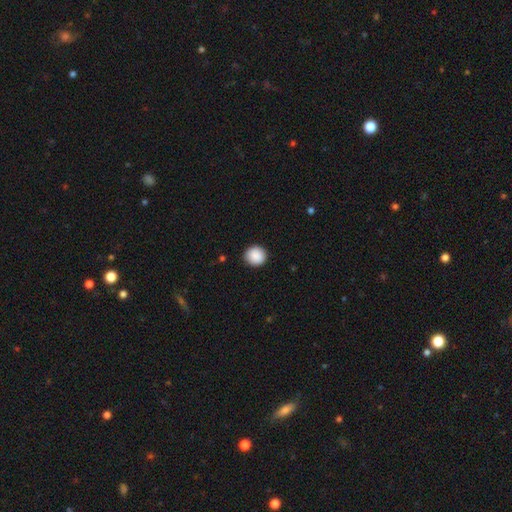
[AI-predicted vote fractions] smooth-or-featured: smooth: 90% | star or artifact: 8% | featured or disk: 3%
  how-rounded: round: 89% | in between: 10% | cigar-shaped: 1%
  merging: none: 91% | minor disturbance: 6% | major disturbance: 2% | merger: 1%